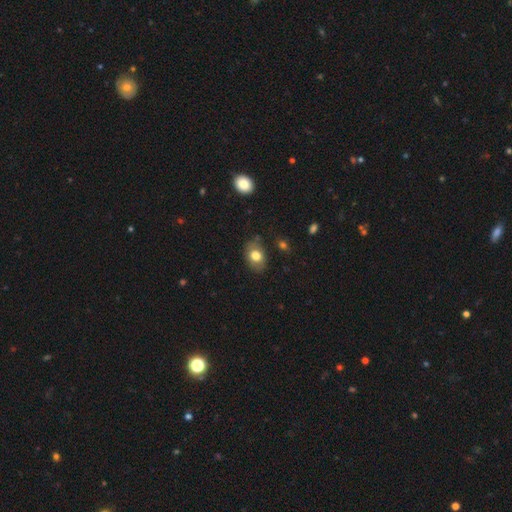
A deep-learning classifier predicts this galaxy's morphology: Smooth or featured?
  - smooth: 75% *
  - featured or disk: 17%
  - star or artifact: 8%
How rounded?
  - in between: 77% *
  - round: 22%
  - cigar-shaped: 1%
Merging?
  - none: 76% *
  - minor disturbance: 17%
  - major disturbance: 4%
  - merger: 2%